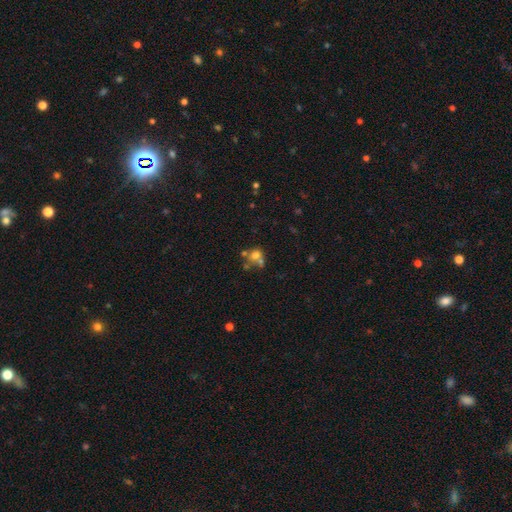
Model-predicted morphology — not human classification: Overall: smooth (63%). How rounded: round (75%). Merging: merger (42%, tied with none).